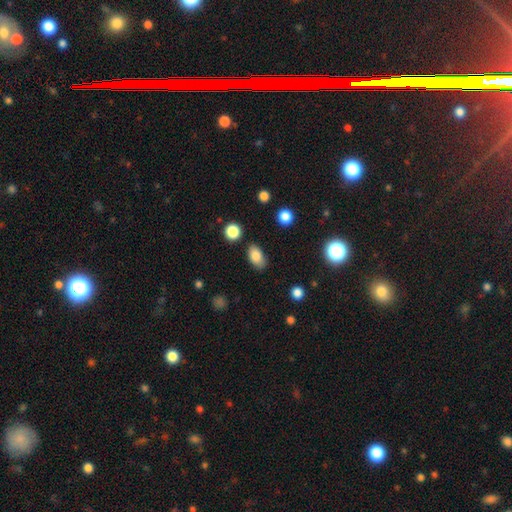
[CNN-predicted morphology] Smooth or featured?
  - smooth: 82% *
  - featured or disk: 9%
  - star or artifact: 9%
How rounded?
  - in between: 90% *
  - round: 7%
  - cigar-shaped: 3%
Merging?
  - none: 81% *
  - minor disturbance: 13%
  - merger: 3%
  - major disturbance: 3%